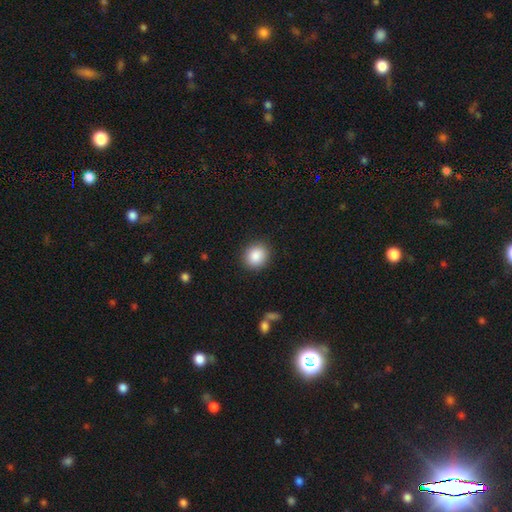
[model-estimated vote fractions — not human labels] A smooth galaxy with no disk features (88%) that is round (76%).

Vote fractions:
- Smooth or featured? smooth: 88% / star or artifact: 8% / featured or disk: 4%
- How rounded? round: 76% / in between: 23% / cigar-shaped: 1%
- Merging? none: 90% / minor disturbance: 7% / major disturbance: 2% / merger: 1%